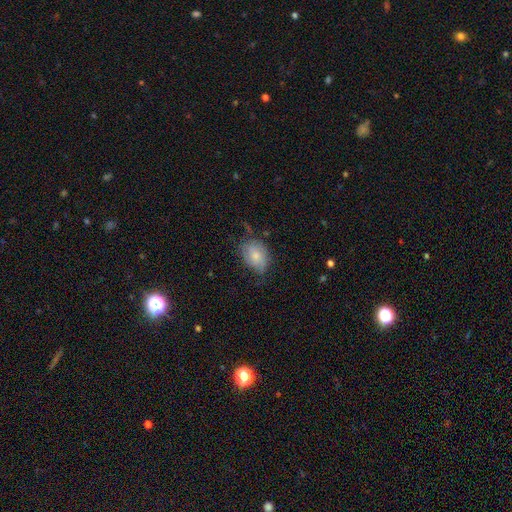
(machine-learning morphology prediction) This appears to be a smooth galaxy with no disk features (73%) that is in between round and cigar-shaped (80%). Merging: none (51%).